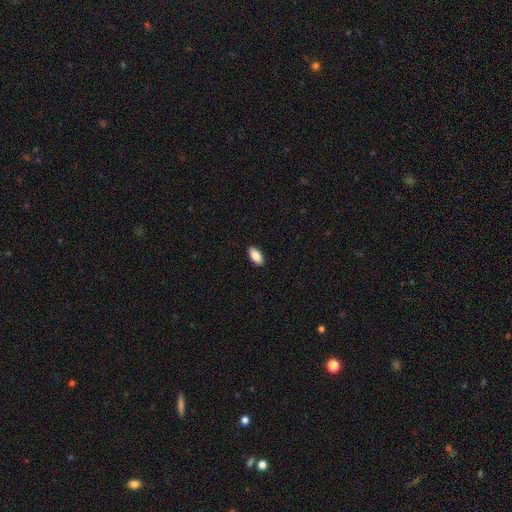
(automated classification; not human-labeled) This appears to be a smooth galaxy with no disk features (86%) that is in between round and cigar-shaped (92%). Merging: none (90%).